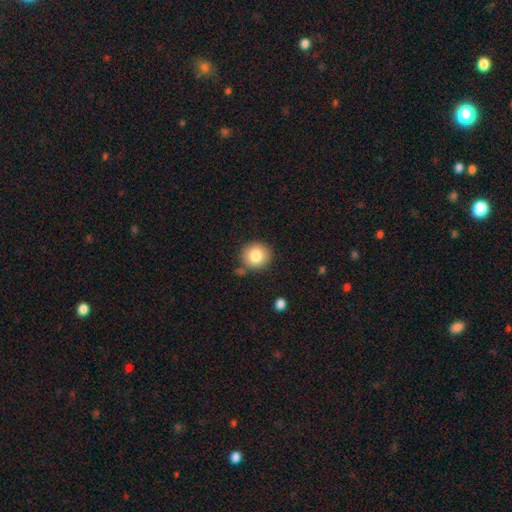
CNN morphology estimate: Overall: smooth (82%). How rounded: round (89%). Merging: none (81%).